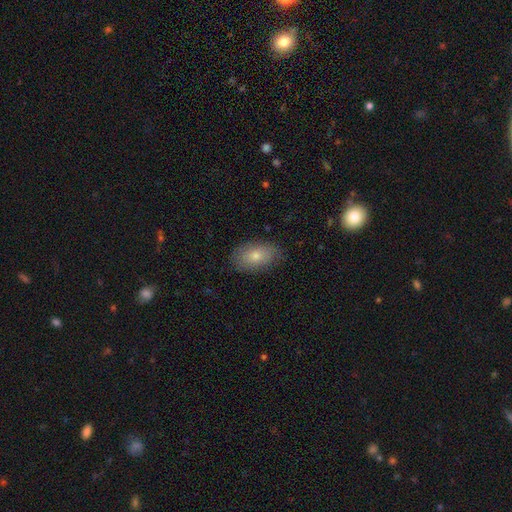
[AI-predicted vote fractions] This is likely a smooth galaxy (72%). How rounded: clearly in between (91%). Merging: clearly none (83%).